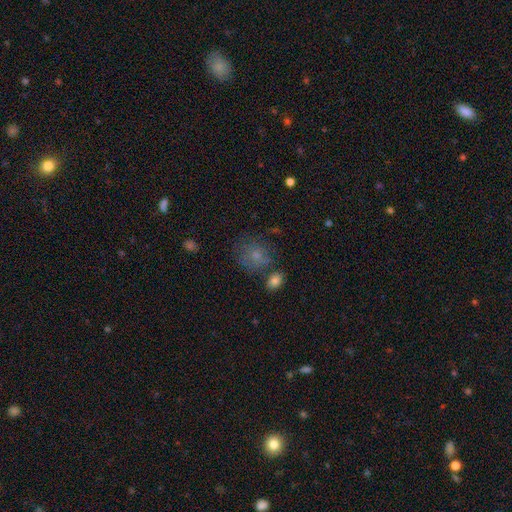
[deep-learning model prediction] A smooth galaxy with no disk features (75%) that is round (77%). Merging: none (59%).